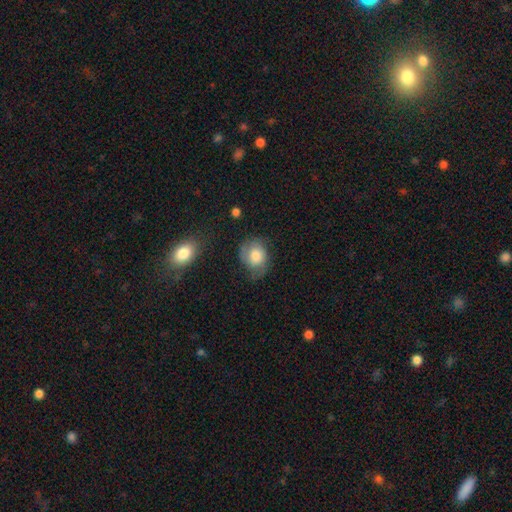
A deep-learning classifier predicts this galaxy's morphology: Smooth or featured: smooth — 69% (featured or disk — 23%)
How rounded: round — 55% (in between — 44%)
Merging: none — 51% (minor disturbance — 32%)